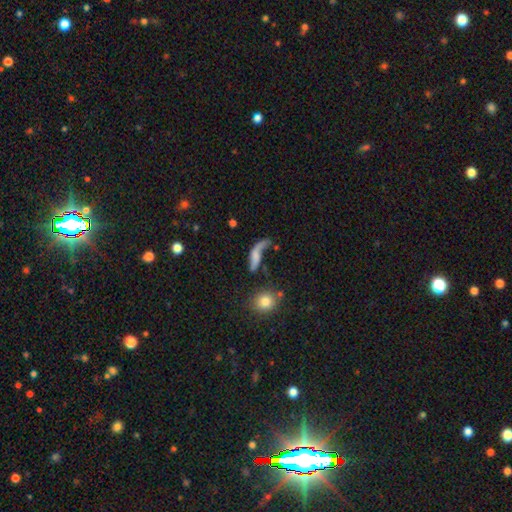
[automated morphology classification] This appears to be a featured or disk galaxy (46%). Merging: major disturbance (39%).